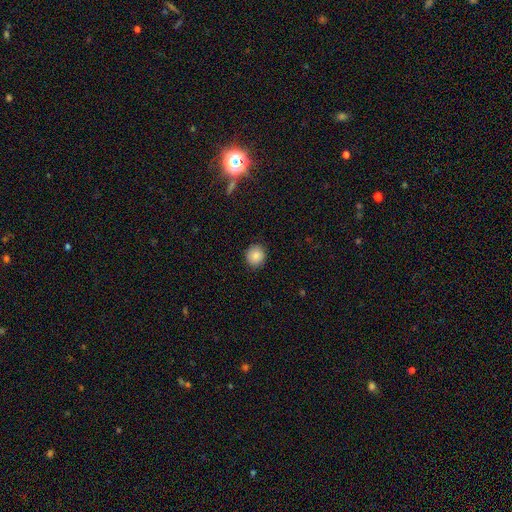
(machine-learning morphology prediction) Q: Smooth or featured?
A: smooth (84%); runner-up: star or artifact (10%)
Q: How rounded?
A: round (84%); runner-up: in between (15%)
Q: Merging?
A: none (89%); runner-up: minor disturbance (8%)